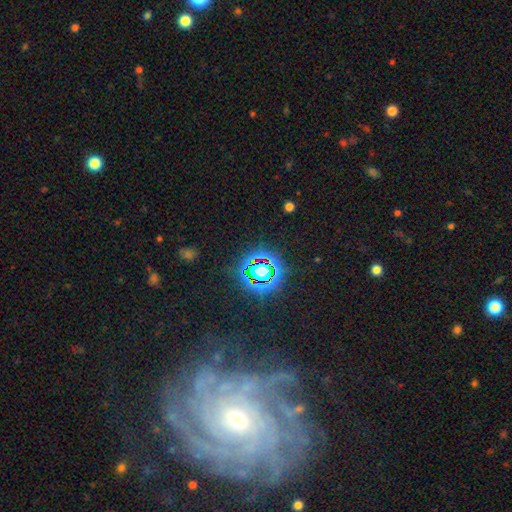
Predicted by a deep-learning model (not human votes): A featured or disk galaxy (73%) with no bar (63%), tight (71%) spiral arms (94%) and a small central bulge (68%).

Vote fractions:
- Smooth or featured? featured or disk: 73% / star or artifact: 19% / smooth: 9%
- Edge-on disk? no: 95% / yes: 5%
- Bar? no: 63% / weak: 25% / strong: 12%
- Spiral arms? yes: 94% / no: 6%
- Spiral winding? tight: 71% / medium: 23% / loose: 6%
- Spiral arm count? can't tell: 31% / more than 4: 19% / 4: 16% / 3: 14% / 2: 12% / 1: 9%
- Bulge size? small: 68% / moderate: 27% / large: 2% / none: 1% / dominant: 1%
- Merging? none: 75% / minor disturbance: 14% / major disturbance: 9% / merger: 2%